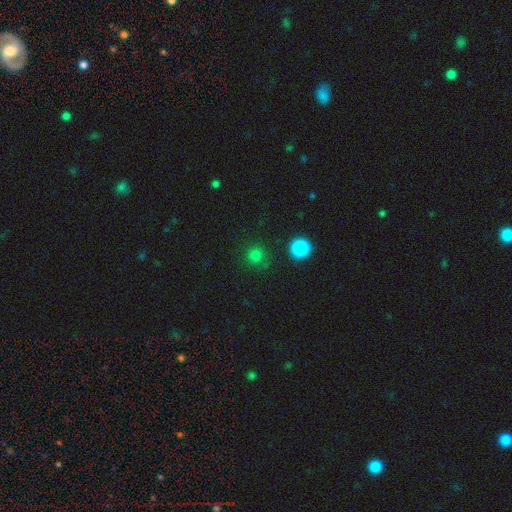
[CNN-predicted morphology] A smooth galaxy with no disk features (76%) that is round (94%). Merging: none (86%).